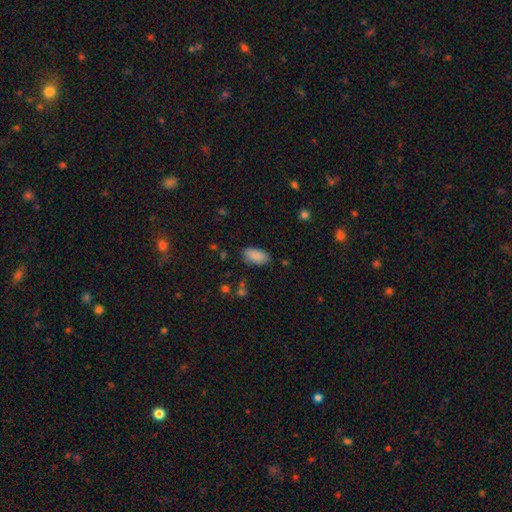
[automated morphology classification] Smooth or featured: smooth — 88% (star or artifact — 7%)
How rounded: in between — 94% (cigar-shaped — 4%)
Merging: none — 82% (minor disturbance — 13%)